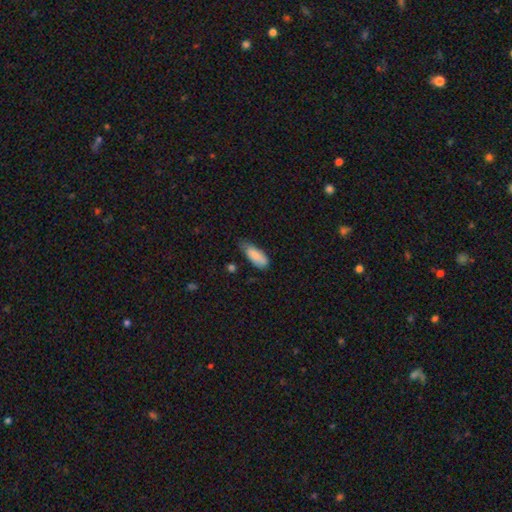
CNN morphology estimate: Smooth or featured? smooth (85%)
How rounded? in between (77%)
Merging? minor disturbance (45%)